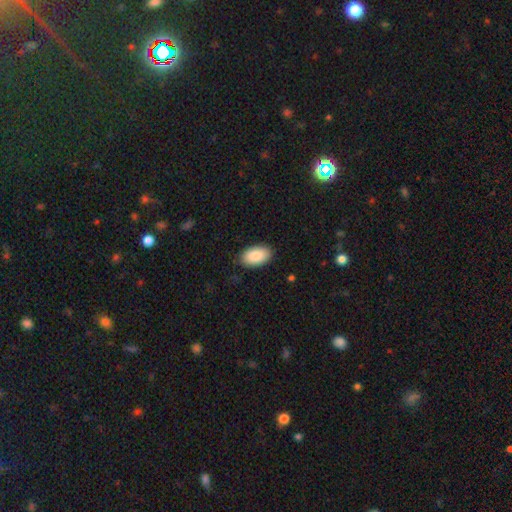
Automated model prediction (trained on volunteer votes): Smooth or featured? smooth (88%)
How rounded? in between (95%)
Merging? none (85%)